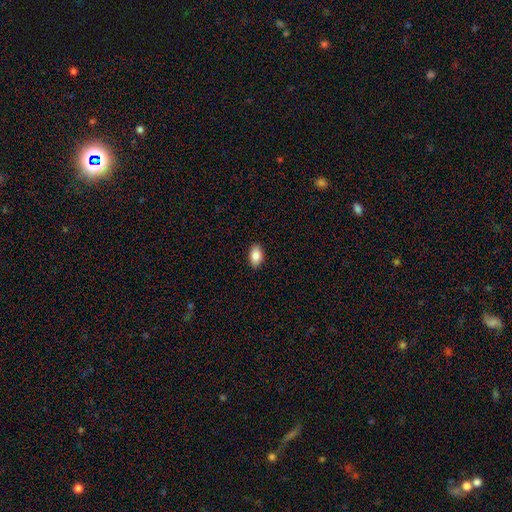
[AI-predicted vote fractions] Morphology: type=smooth (87%); roundness=in between (92%); merging=none (90%).